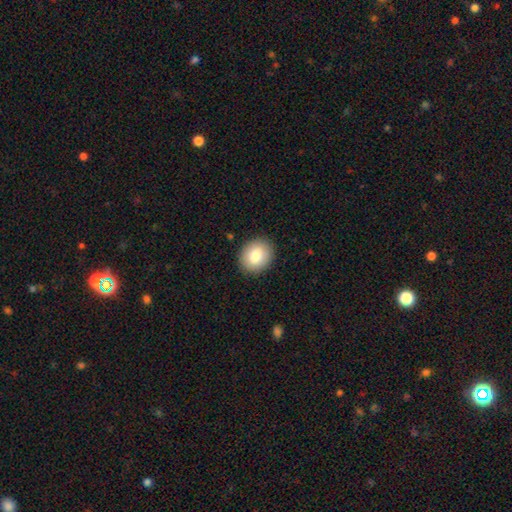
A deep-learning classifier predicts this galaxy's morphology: Q: Smooth or featured?
A: smooth (81%); runner-up: featured or disk (11%)
Q: How rounded?
A: round (56%); runner-up: in between (43%)
Q: Merging?
A: none (89%); runner-up: minor disturbance (8%)